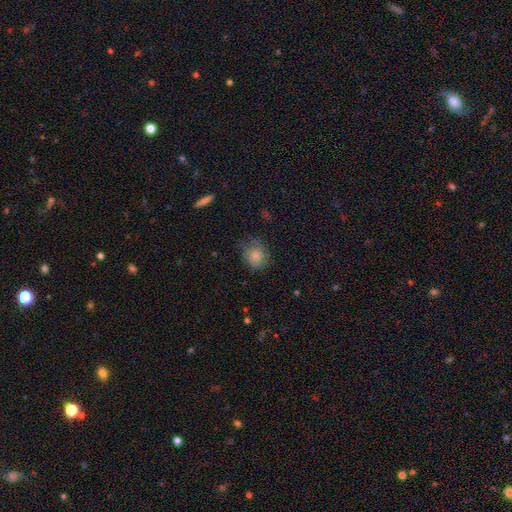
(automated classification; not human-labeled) This is likely a smooth galaxy (77%). How rounded: likely round (73%). Merging: likely none (60%).